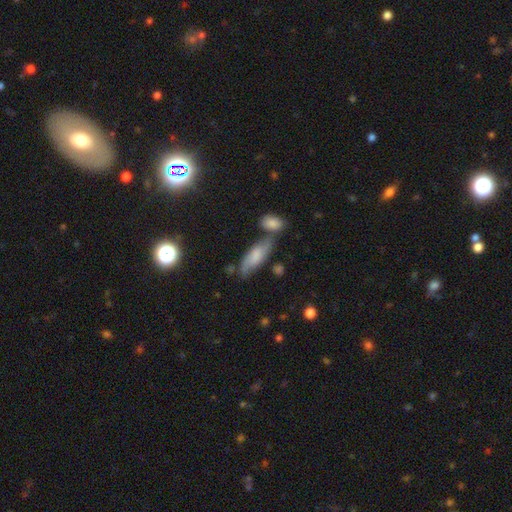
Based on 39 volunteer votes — Overall: smooth (62%; featured or disk 28%). How rounded: in between (58%; cigar-shaped 38%). Merging: none (54%; minor disturbance 20%).